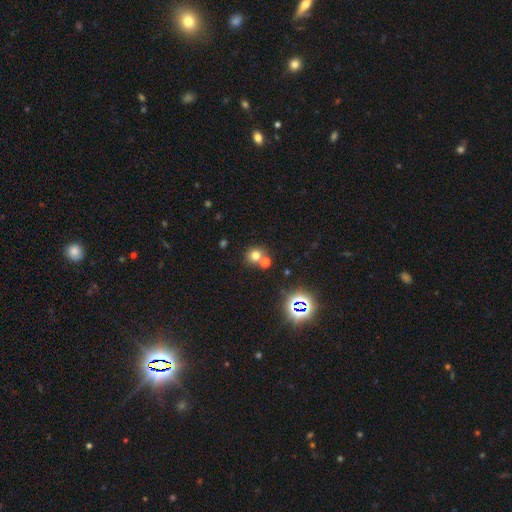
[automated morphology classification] smooth-or-featured: smooth: 71% | star or artifact: 20% | featured or disk: 9%
  how-rounded: round: 84% | in between: 15% | cigar-shaped: 1%
  merging: none: 55% | merger: 35% | minor disturbance: 7% | major disturbance: 3%